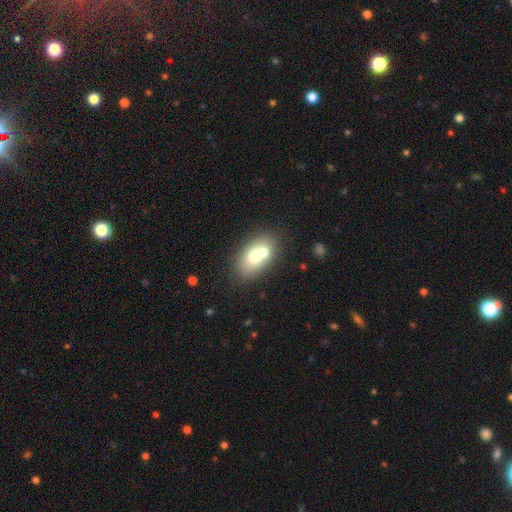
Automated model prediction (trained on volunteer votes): Smooth or featured? Predicted: smooth (p=0.66). How rounded? Predicted: in between (p=0.82). Merging? Predicted: none (p=0.46).